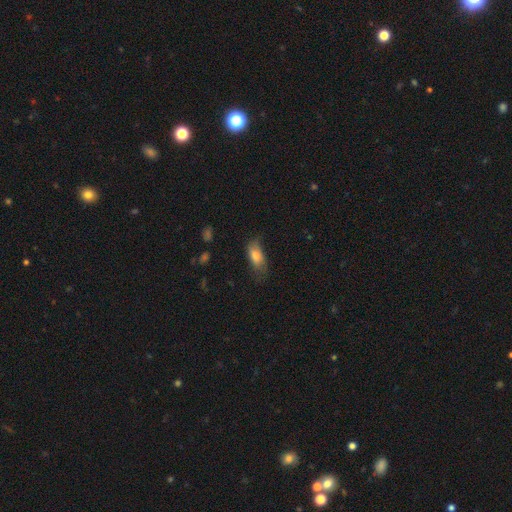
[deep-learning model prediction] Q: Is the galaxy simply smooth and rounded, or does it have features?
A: smooth — 78%.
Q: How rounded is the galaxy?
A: in between — 86%.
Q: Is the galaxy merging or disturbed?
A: none — 54%.